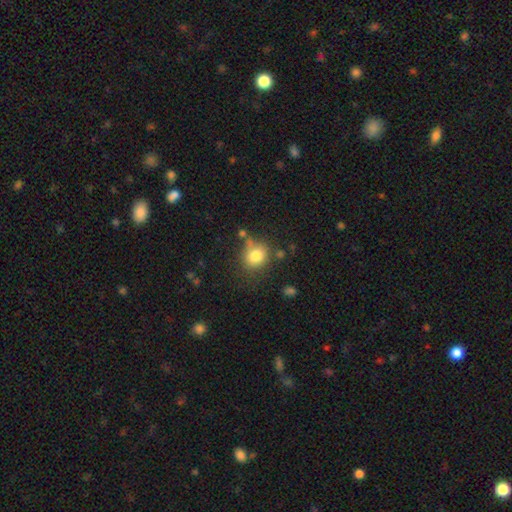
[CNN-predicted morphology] Overall: smooth (80%). How rounded: round (71%). Merging: none (65%).